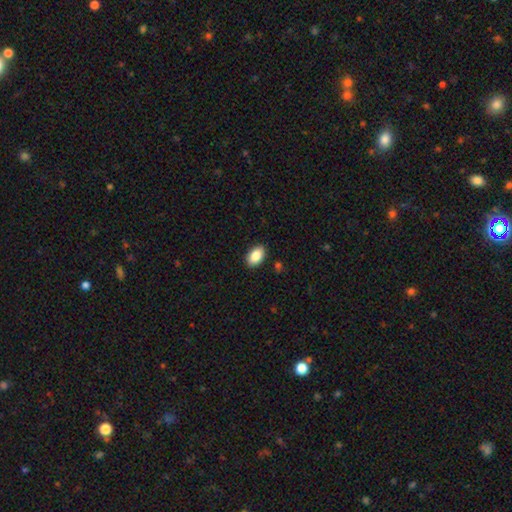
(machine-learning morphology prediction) Smooth or featured: smooth — 88% (star or artifact — 7%)
How rounded: in between — 93% (round — 6%)
Merging: none — 89% (minor disturbance — 8%)